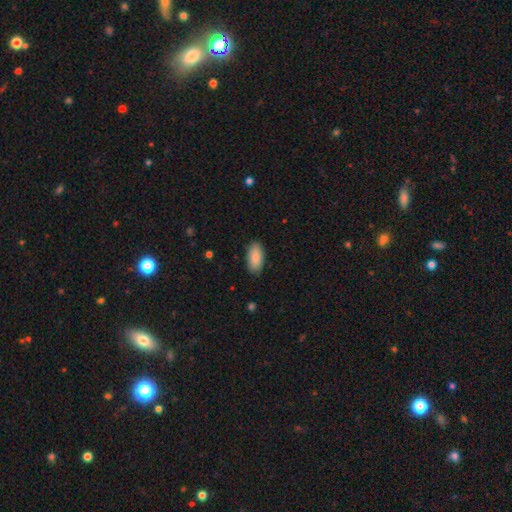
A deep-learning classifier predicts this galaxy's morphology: This is clearly a smooth galaxy (88%). How rounded: clearly in between (92%). Merging: clearly none (87%).